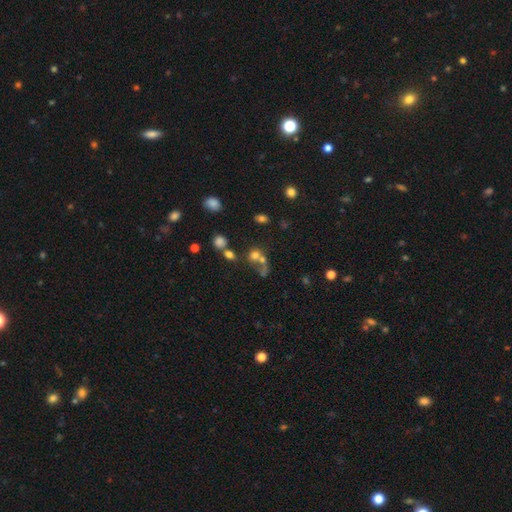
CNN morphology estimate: Smooth or featured? Predicted: smooth (p=0.63). How rounded? Predicted: round (p=0.74). Merging? Predicted: merger (p=0.48).